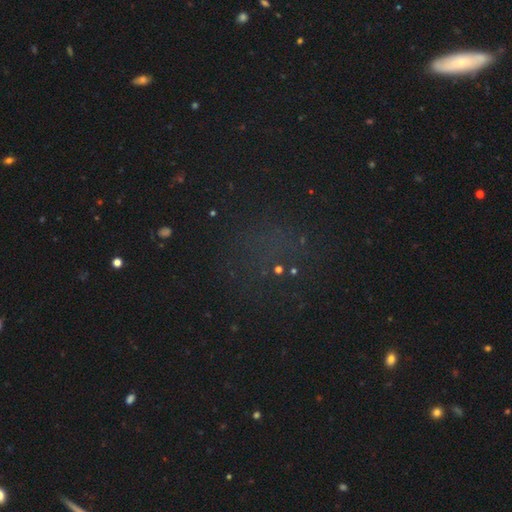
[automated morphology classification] star or artifact 64%, smooth 25%, featured or disk 12%.